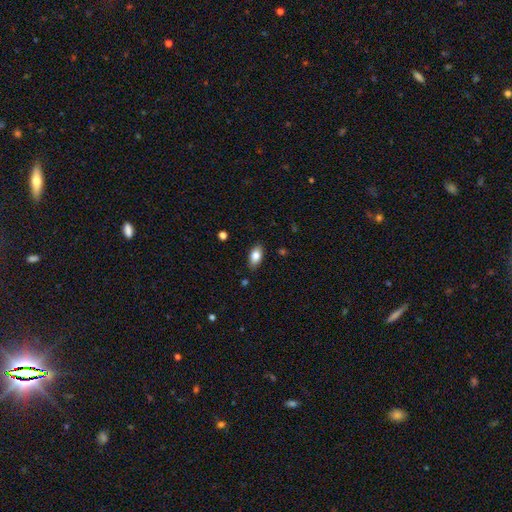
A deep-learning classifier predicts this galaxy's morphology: smooth 82%, featured or disk 10%, star or artifact 7%. Down the decision tree: how rounded — in between (91%); merging — none (84%).